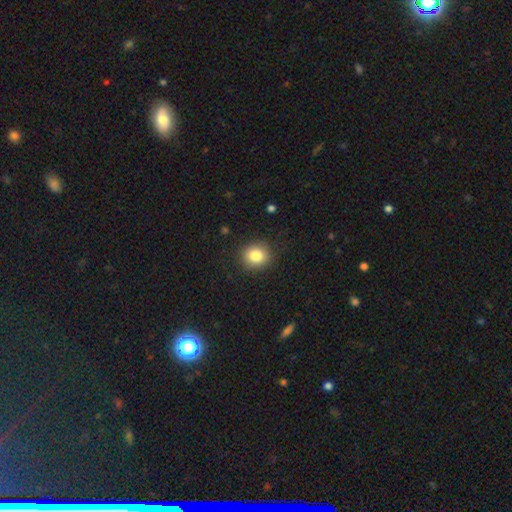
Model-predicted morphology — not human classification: Smooth or featured? smooth (83%)
How rounded? round (75%)
Merging? none (88%)